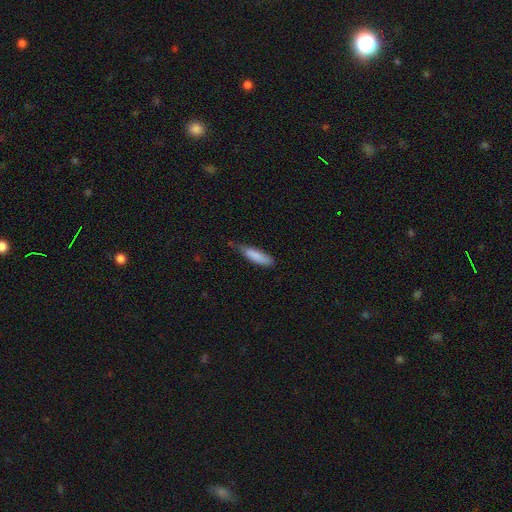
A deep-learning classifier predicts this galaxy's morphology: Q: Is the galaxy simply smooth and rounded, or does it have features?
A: smooth — 85%.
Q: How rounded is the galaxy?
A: cigar-shaped — 63%.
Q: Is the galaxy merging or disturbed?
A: none — 48%.